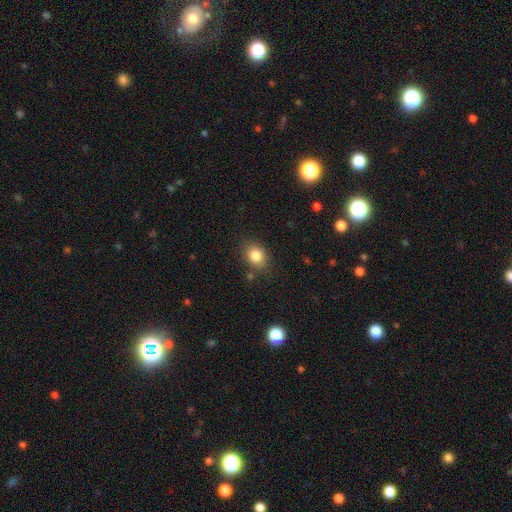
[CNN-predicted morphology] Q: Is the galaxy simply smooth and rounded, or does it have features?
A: smooth — 83%.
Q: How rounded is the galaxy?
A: in between — 59%.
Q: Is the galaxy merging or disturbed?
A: none — 80%.